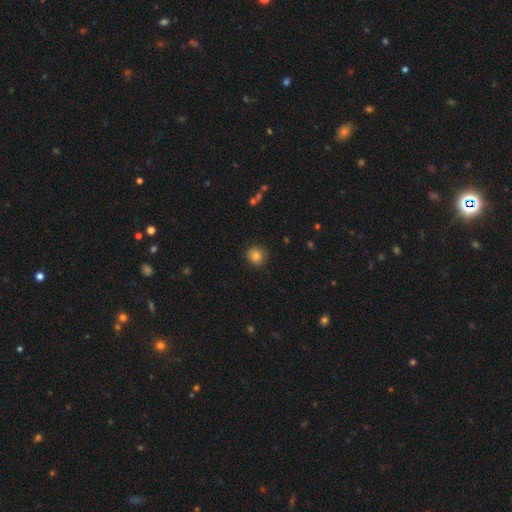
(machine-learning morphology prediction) Overall: smooth (82%). How rounded: round (85%). Merging: none (86%).